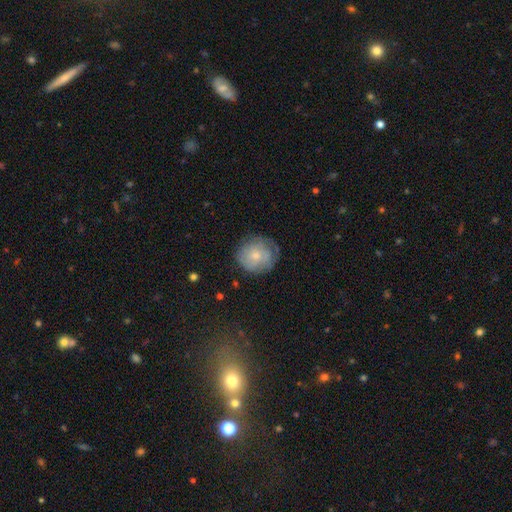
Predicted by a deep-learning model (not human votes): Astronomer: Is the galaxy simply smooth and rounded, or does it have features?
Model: smooth — 56% (runner-up: featured or disk, 36%).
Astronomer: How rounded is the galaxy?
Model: round — 86%.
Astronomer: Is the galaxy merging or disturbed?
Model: none — 68%.